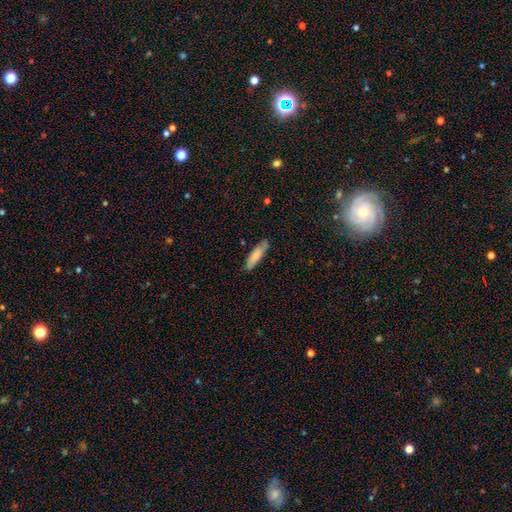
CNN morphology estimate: Smooth or featured? smooth (77%)
How rounded? cigar-shaped (67%)
Merging? none (81%)